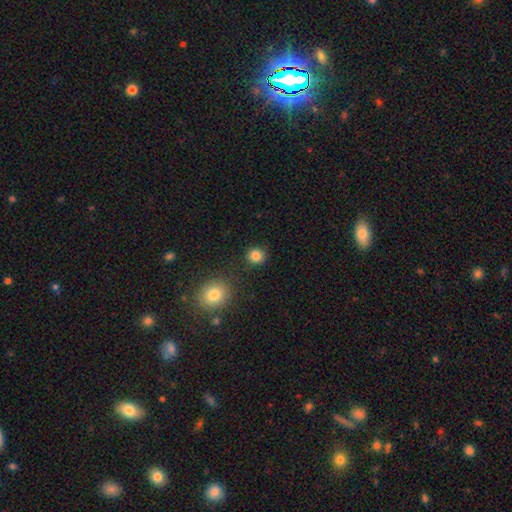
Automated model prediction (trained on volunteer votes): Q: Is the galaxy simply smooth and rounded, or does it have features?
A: smooth — 84%.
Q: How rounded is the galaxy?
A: round — 90%.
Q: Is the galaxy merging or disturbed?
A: none — 87%.